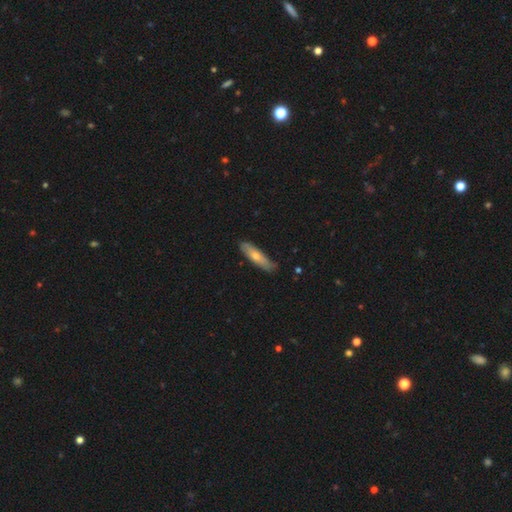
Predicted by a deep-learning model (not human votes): Smooth or featured? Predicted: smooth (p=0.56). How rounded? Predicted: cigar-shaped (p=0.74). Merging? Predicted: none (p=0.82).